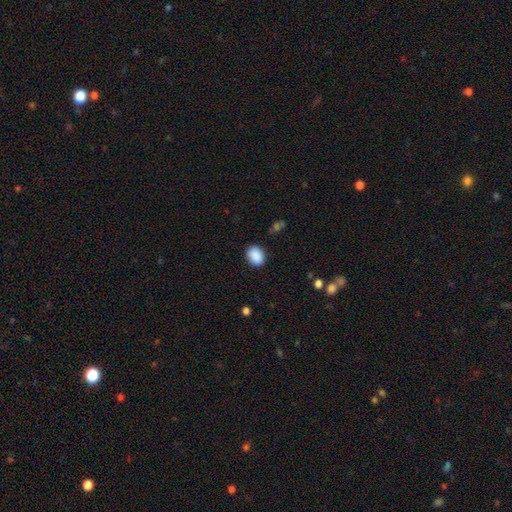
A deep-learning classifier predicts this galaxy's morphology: Smooth or featured: smooth — 90% (star or artifact — 8%)
How rounded: in between — 62% (round — 36%)
Merging: none — 87% (minor disturbance — 9%)